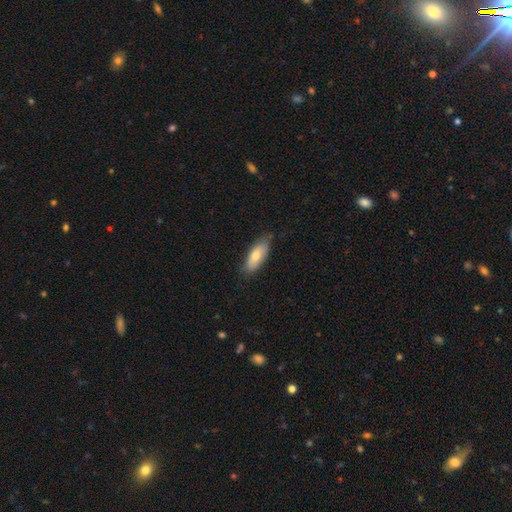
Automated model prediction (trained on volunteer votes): smooth-or-featured: smooth: 72% | featured or disk: 22% | star or artifact: 6%
  how-rounded: in between: 77% | cigar-shaped: 20% | round: 2%
  merging: none: 76% | minor disturbance: 20% | major disturbance: 3% | merger: 1%